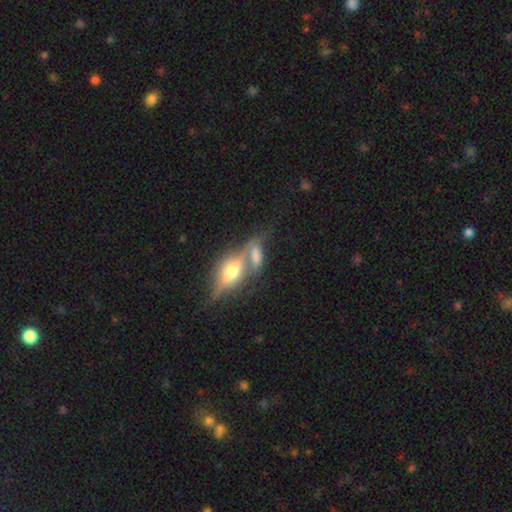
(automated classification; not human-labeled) A featured or disk galaxy (52%) viewed edge-on (67%).

Vote fractions:
- Smooth or featured? featured or disk: 52% / smooth: 36% / star or artifact: 11%
- Edge-on disk? yes: 67% / no: 33%
- Merging? merger: 47% / none: 33% / minor disturbance: 12% / major disturbance: 8%